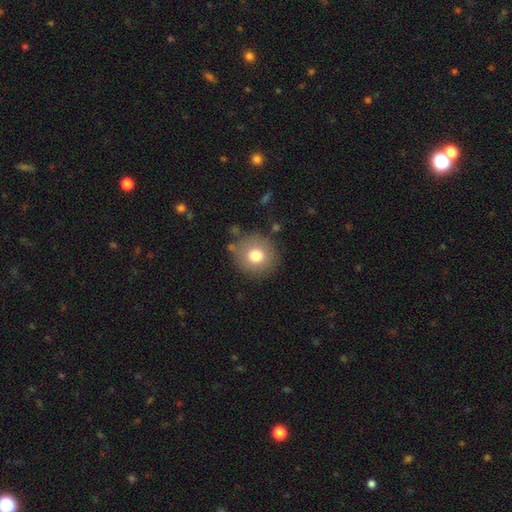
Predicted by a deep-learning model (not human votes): Overall: smooth (76%). How rounded: round (92%). Merging: none (82%).